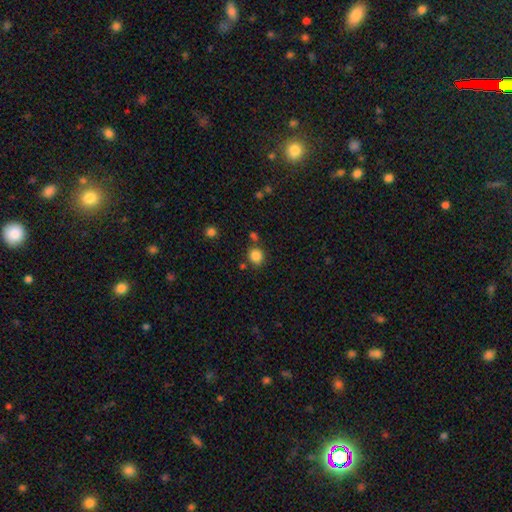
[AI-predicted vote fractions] smooth-or-featured: smooth: 85% | star or artifact: 11% | featured or disk: 4%
  how-rounded: round: 85% | in between: 14% | cigar-shaped: 1%
  merging: none: 76% | minor disturbance: 11% | merger: 9% | major disturbance: 3%